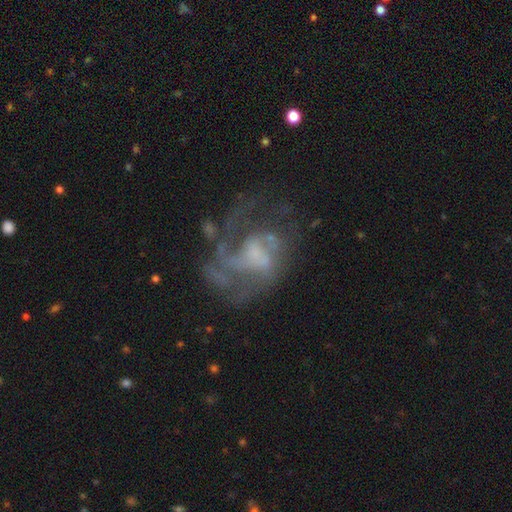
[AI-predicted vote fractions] A featured or disk galaxy (78%) with no bar (62%), medium (43%) spiral arms (79%) and no central bulge (40%). Merging: major disturbance (41%).